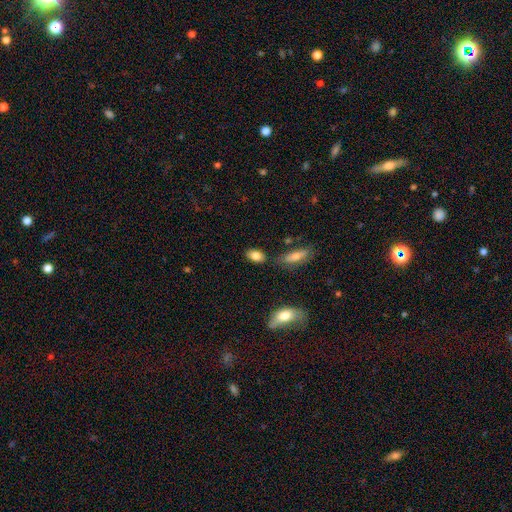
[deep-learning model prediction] Smooth or featured? smooth (83%)
How rounded? in between (87%)
Merging? none (77%)